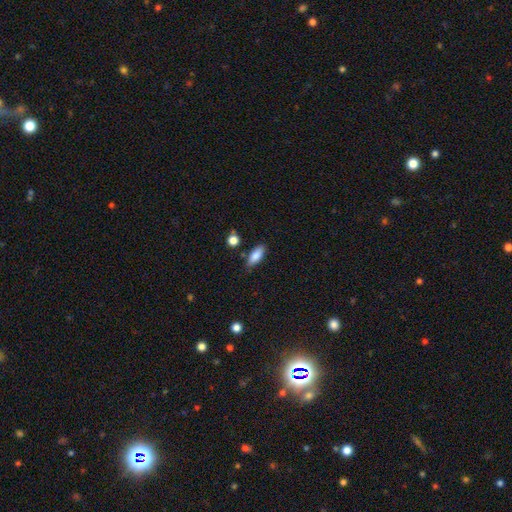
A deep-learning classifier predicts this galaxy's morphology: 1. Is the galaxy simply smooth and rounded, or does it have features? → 83% smooth, 10% featured or disk, 7% star or artifact.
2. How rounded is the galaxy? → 76% in between, 21% cigar-shaped, 3% round.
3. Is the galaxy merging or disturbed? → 77% none, 16% minor disturbance, 4% merger, 3% major disturbance.